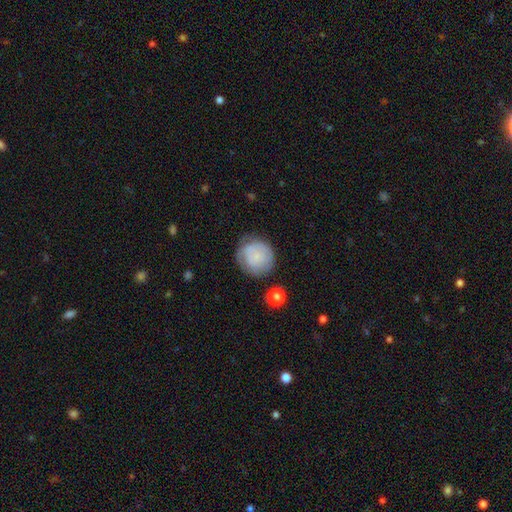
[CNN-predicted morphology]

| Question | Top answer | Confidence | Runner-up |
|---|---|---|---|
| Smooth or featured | smooth | 64% | featured or disk (28%) |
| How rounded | round | 88% | in between (11%) |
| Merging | none | 63% | minor disturbance (24%) |